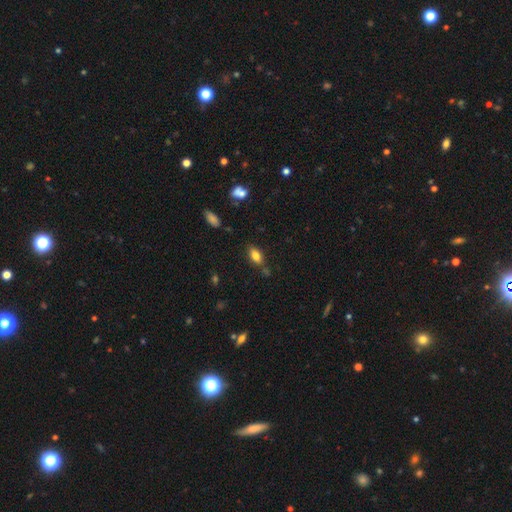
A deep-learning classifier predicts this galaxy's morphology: smooth-or-featured: smooth: 79% | featured or disk: 11% | star or artifact: 10%
  how-rounded: in between: 85% | cigar-shaped: 10% | round: 5%
  merging: none: 70% | minor disturbance: 18% | merger: 7% | major disturbance: 5%